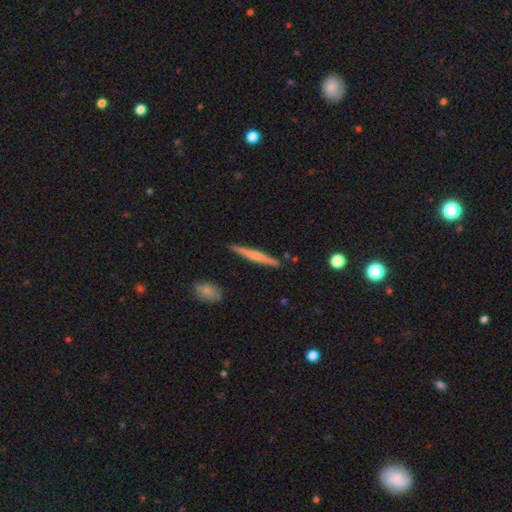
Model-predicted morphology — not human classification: A featured or disk galaxy (50%) viewed edge-on (97%). Merging: none (89%).